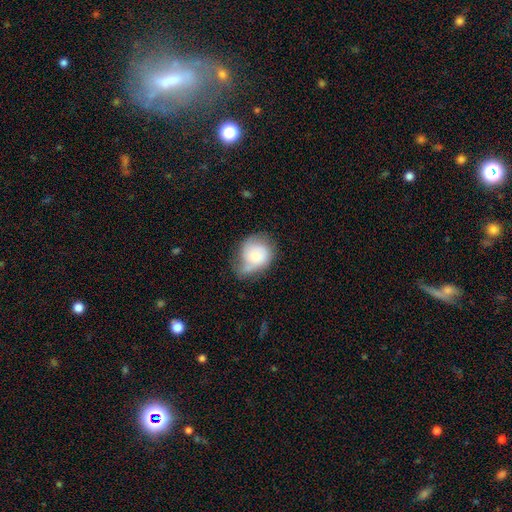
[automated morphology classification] This is possibly a smooth galaxy (58%). How rounded: likely round (65%). Merging: marginally minor disturbance (38%).